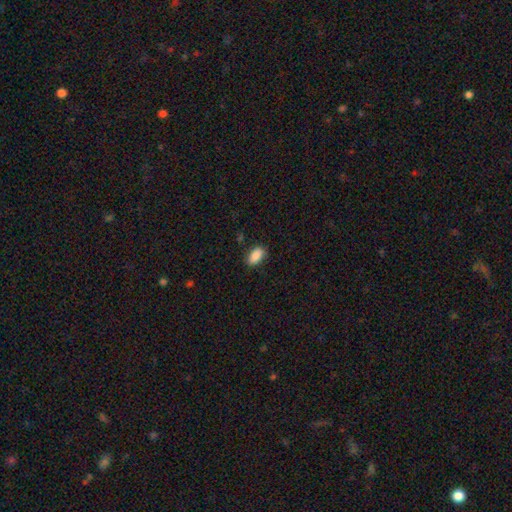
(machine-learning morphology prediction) Overall: smooth (88%). How rounded: in between (92%). Merging: none (85%).